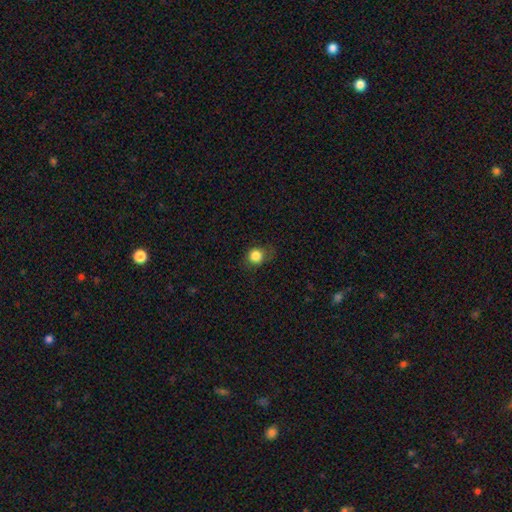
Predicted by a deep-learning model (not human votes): The model was most divided on "merging": none: 74%, minor disturbance: 18%, major disturbance: 6%, merger: 1%. More confident: how rounded — round (85%); smooth or featured — smooth (84%).